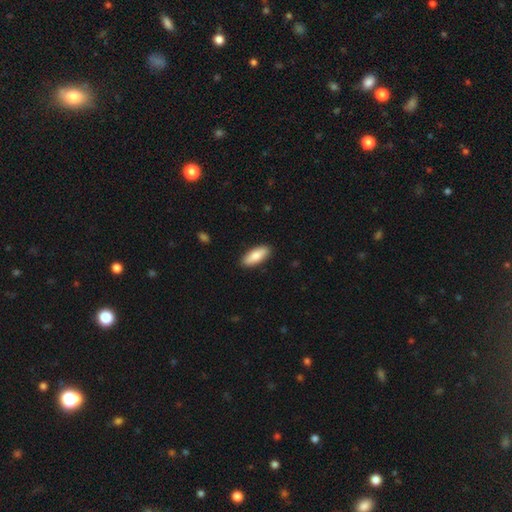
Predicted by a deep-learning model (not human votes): smooth 83%, featured or disk 12%, star or artifact 5%. Down the decision tree: how rounded — in between (74%); merging — none (89%).